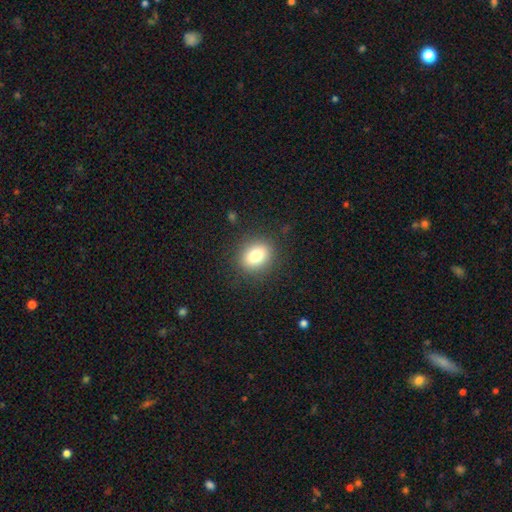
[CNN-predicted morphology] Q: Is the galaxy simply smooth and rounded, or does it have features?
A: smooth — 79%.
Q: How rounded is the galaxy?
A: round — 60%.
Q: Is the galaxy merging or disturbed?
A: none — 87%.